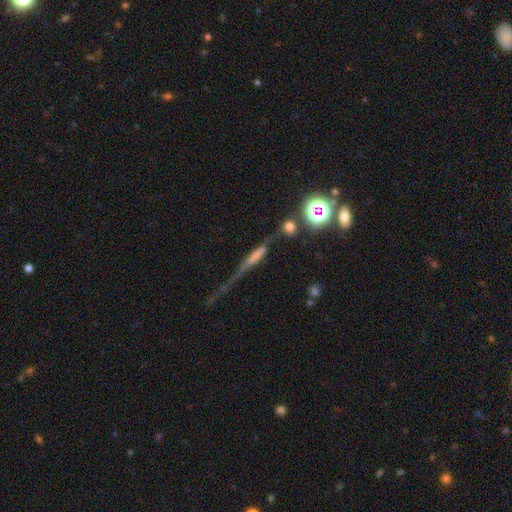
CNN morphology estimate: type=featured or disk (49%); merging=none (59%).